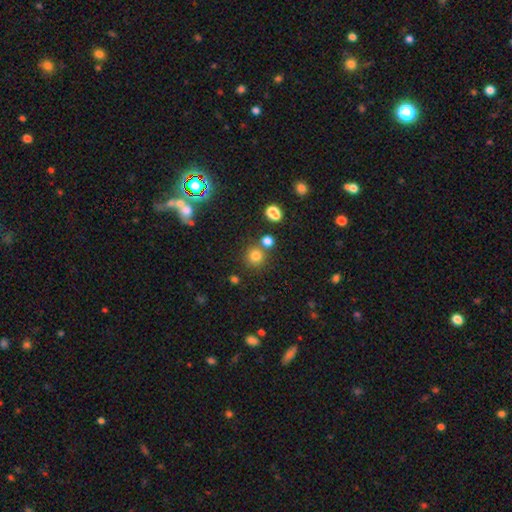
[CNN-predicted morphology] Smooth or featured? smooth (76%)
How rounded? round (91%)
Merging? none (73%)